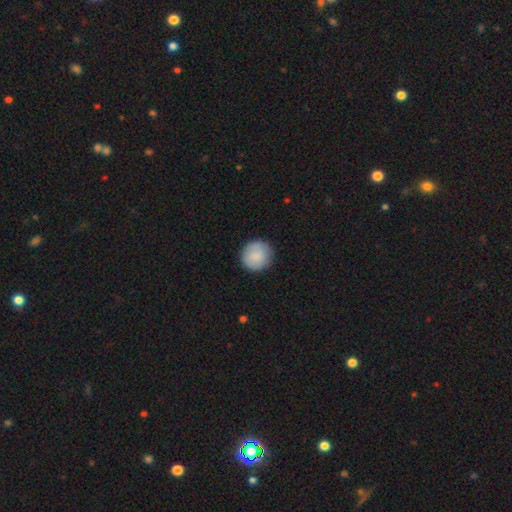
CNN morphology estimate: The model was most divided on "smooth or featured": smooth: 84%, featured or disk: 10%, star or artifact: 6%. More confident: how rounded — round (92%); merging — none (88%).